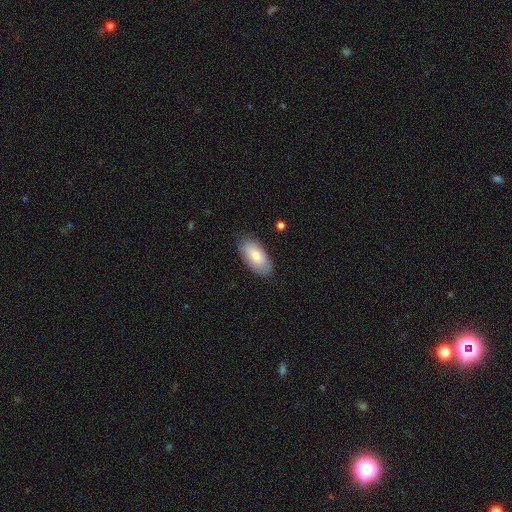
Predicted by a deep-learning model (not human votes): The model was most divided on "smooth or featured": smooth: 73%, featured or disk: 20%, star or artifact: 6%. More confident: how rounded — in between (93%); merging — none (83%).